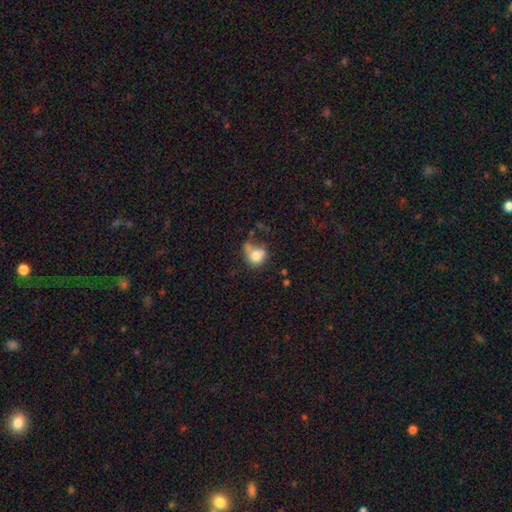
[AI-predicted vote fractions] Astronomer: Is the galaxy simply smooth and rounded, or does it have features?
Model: smooth — 74%.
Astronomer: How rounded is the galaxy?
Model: round — 66%.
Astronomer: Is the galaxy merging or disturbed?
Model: none — 35% (runner-up: merger, 23%).